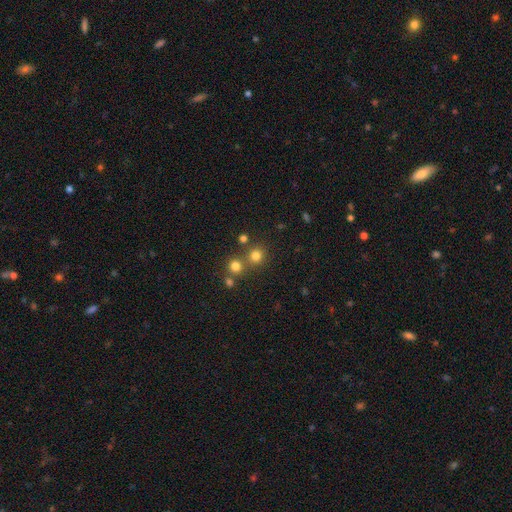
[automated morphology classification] Smooth or featured? Predicted: smooth (p=0.75). How rounded? Predicted: round (p=0.90). Merging? Predicted: none (p=0.68).